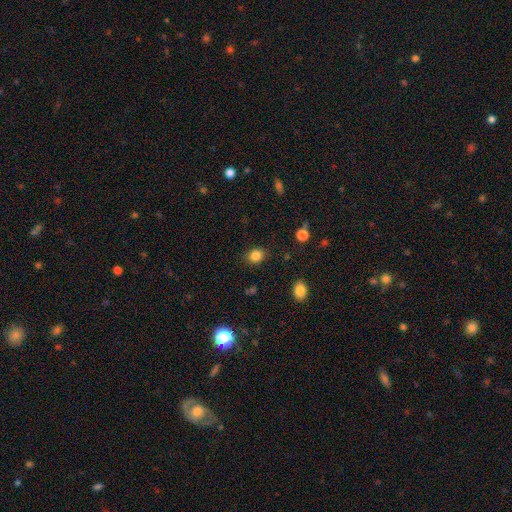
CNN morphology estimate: smooth 84%, star or artifact 11%, featured or disk 5%. Down the decision tree: how rounded — round (61%); merging — none (84%).